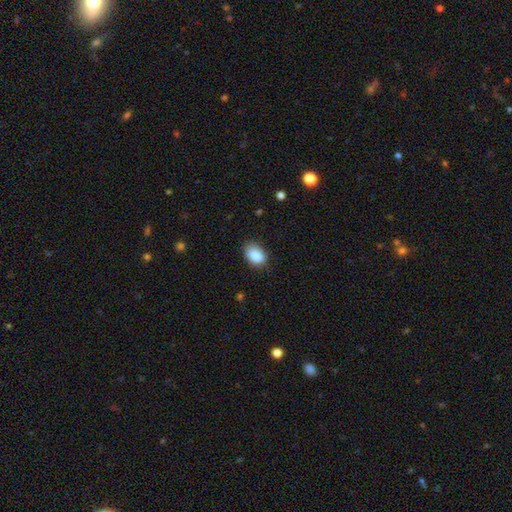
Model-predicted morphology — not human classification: type=smooth (86%); roundness=in between (81%); merging=none (81%).